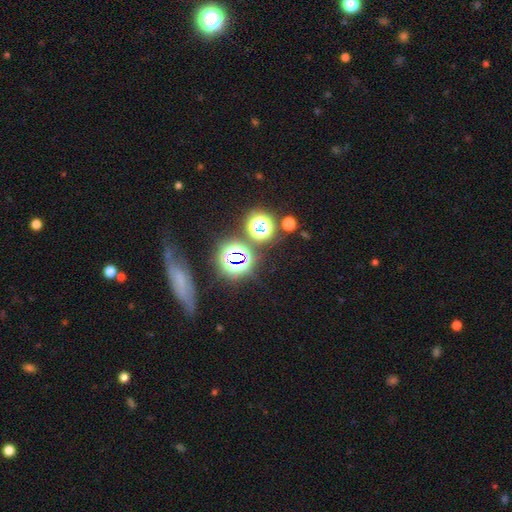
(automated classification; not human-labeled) star or artifact 66%, smooth 20%, featured or disk 14%.